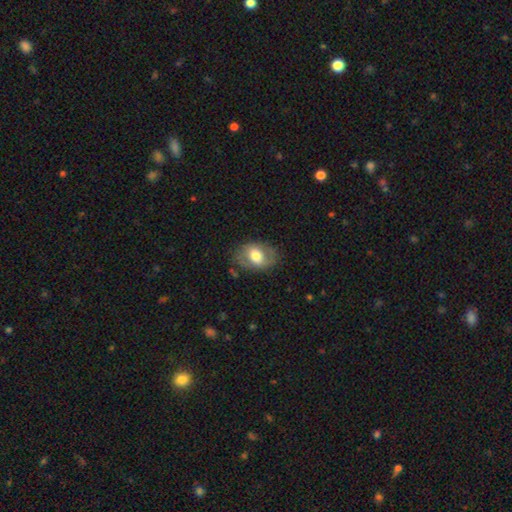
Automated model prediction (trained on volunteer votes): smooth_or_featured: smooth (p=0.56) [alt: featured or disk p=0.37]
how_rounded: in between (p=0.74) [alt: round p=0.24]
merging: none (p=0.70) [alt: minor disturbance p=0.20]